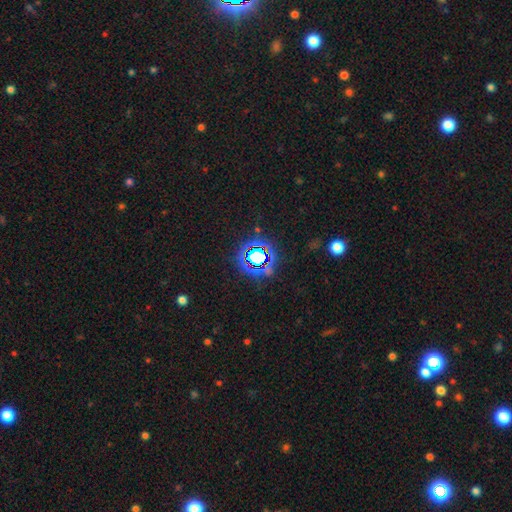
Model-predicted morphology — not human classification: Smooth or featured: star or artifact — 71% (smooth — 18%)